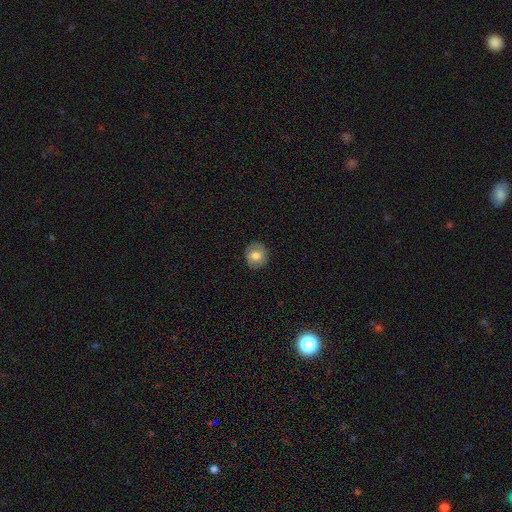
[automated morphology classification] smooth-or-featured: smooth: 63% | featured or disk: 29% | star or artifact: 8%
  how-rounded: round: 81% | in between: 18% | cigar-shaped: 1%
  merging: none: 86% | minor disturbance: 10% | major disturbance: 3% | merger: 1%